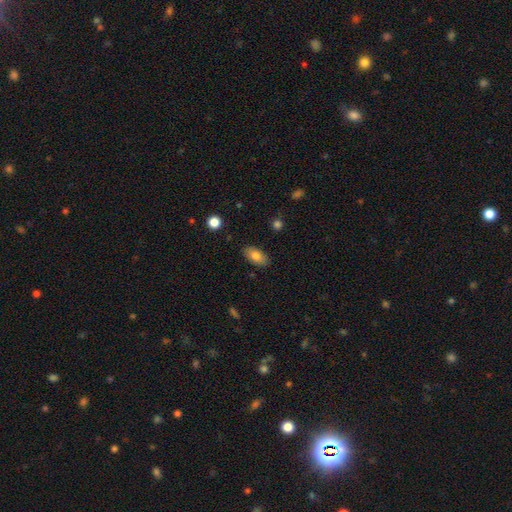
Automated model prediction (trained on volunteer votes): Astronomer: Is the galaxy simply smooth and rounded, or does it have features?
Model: smooth — 80%.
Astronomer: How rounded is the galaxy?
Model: in between — 92%.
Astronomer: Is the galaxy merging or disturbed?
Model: none — 86%.